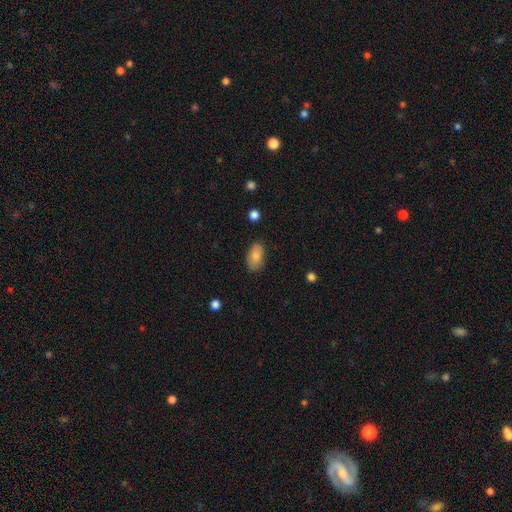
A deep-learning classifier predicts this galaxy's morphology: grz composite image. It shows a smooth galaxy with no disk features (79%) that is in between round and cigar-shaped (92%). Merging: none (80%).